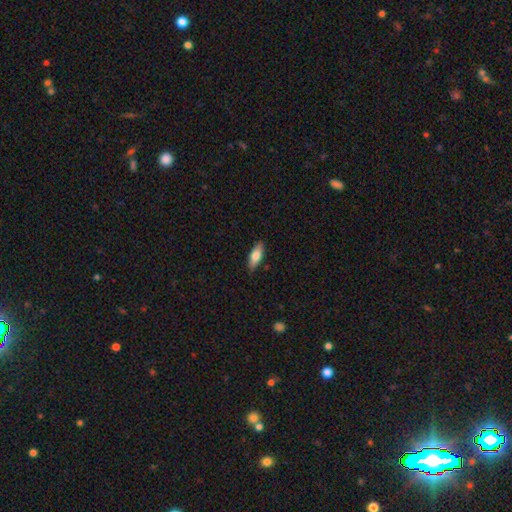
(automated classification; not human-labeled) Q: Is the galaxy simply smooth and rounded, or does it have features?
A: smooth — 70%.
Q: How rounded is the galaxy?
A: in between — 64%.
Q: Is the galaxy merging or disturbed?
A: none — 86%.